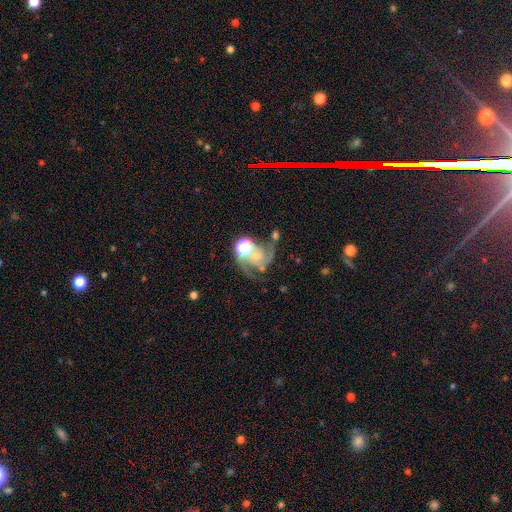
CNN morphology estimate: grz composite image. It shows a featured or disk galaxy (72%) with no bar (69%), 2 (75%) medium (44%) spiral arms (90%) and a moderate central bulge (34%). Merging: none (34%).